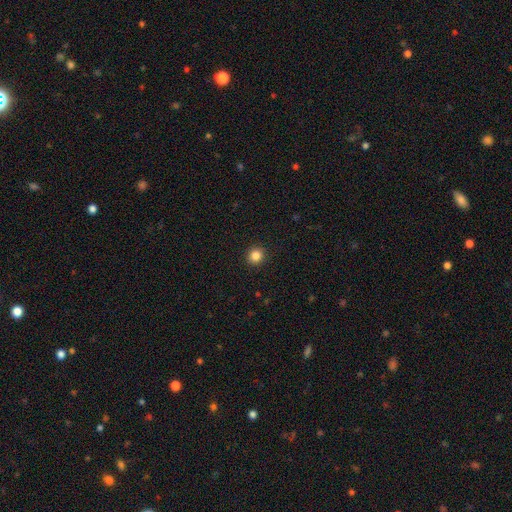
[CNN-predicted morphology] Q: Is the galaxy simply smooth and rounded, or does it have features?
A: smooth — 85%.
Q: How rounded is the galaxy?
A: round — 90%.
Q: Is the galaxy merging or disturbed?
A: none — 92%.